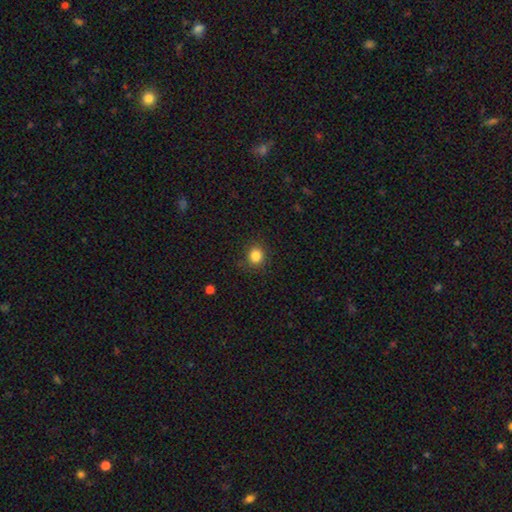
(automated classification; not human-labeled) Smooth or featured? Predicted: smooth (p=0.84). How rounded? Predicted: round (p=0.85). Merging? Predicted: none (p=0.87).